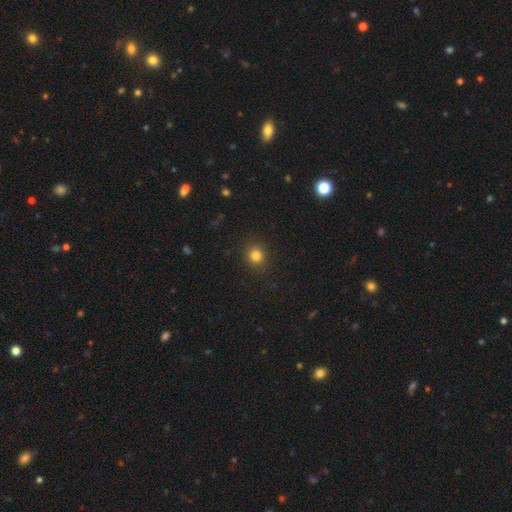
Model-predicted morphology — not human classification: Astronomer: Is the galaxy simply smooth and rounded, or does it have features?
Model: smooth — 82%.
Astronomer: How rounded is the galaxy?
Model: round — 89%.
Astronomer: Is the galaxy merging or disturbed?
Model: none — 90%.